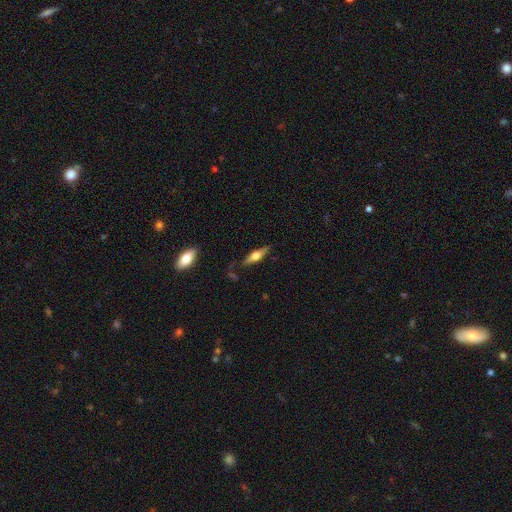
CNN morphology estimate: The model was most divided on "smooth or featured": featured or disk: 57%, smooth: 36%, star or artifact: 6%. More confident: edge-on disk — yes (94%); edge-on bulge — rounded (92%); merging — none (78%).